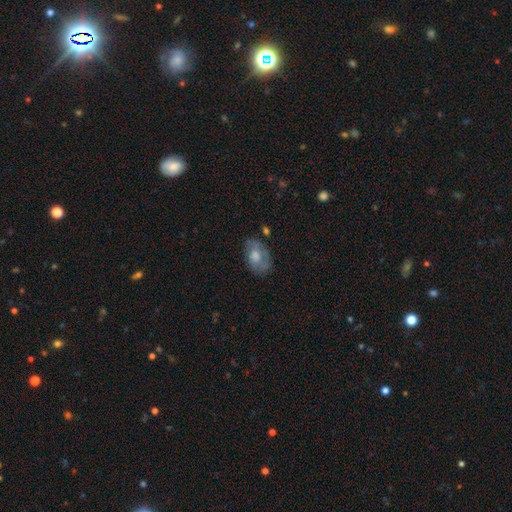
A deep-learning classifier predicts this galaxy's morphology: The model was most divided on "smooth or featured": smooth: 58%, featured or disk: 35%, star or artifact: 7%. More confident: how rounded — in between (86%); merging — none (61%).